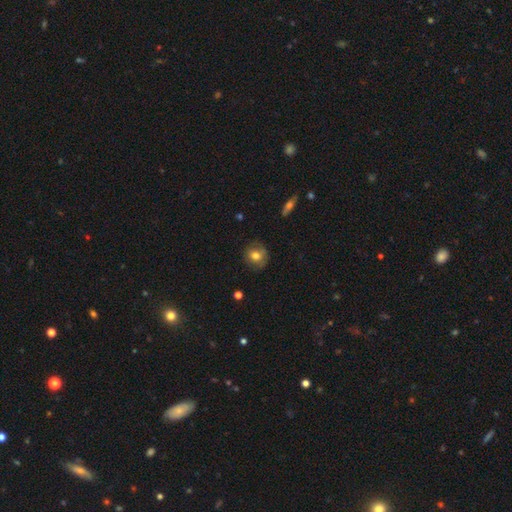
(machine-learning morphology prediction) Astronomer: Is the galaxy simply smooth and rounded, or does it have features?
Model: smooth — 73%.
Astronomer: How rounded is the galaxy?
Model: round — 83%.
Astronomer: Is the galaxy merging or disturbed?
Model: none — 79%.